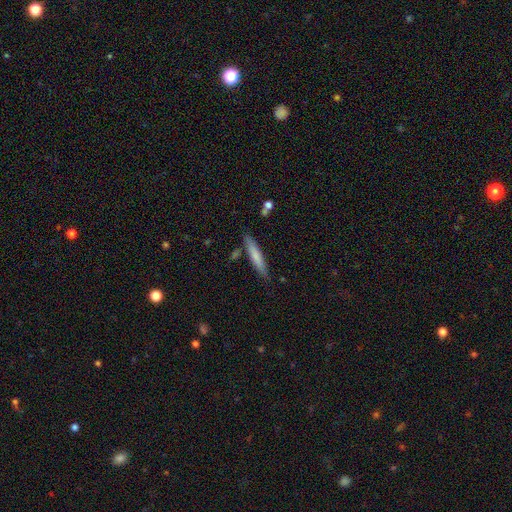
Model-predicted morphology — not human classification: The model was most divided on "smooth or featured": smooth: 71%, featured or disk: 23%, star or artifact: 6%. More confident: how rounded — cigar-shaped (91%); merging — none (82%).